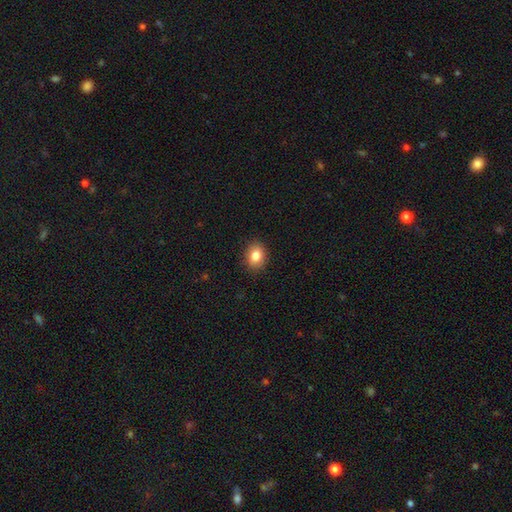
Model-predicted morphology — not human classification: Q: Smooth or featured?
A: smooth (83%); runner-up: star or artifact (9%)
Q: How rounded?
A: in between (57%); runner-up: round (42%)
Q: Merging?
A: none (89%); runner-up: minor disturbance (8%)